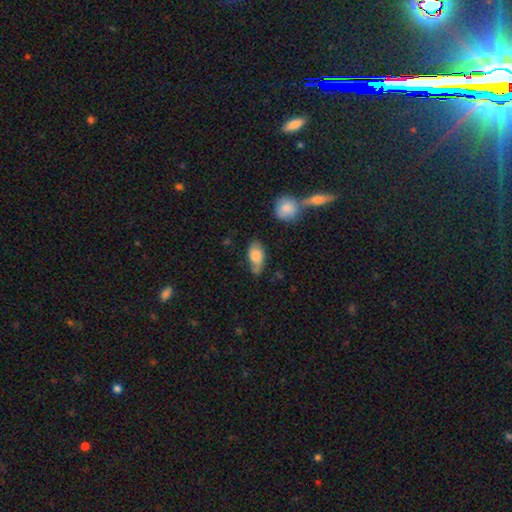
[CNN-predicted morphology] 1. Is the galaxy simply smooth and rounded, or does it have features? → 77% smooth, 16% featured or disk, 7% star or artifact.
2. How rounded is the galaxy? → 90% in between, 6% round, 4% cigar-shaped.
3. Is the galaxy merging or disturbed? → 48% none, 36% minor disturbance, 10% major disturbance, 6% merger.